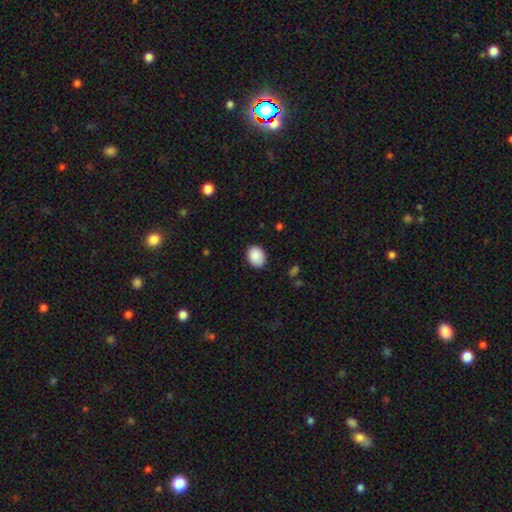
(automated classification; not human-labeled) This is clearly a smooth galaxy (89%). How rounded: likely in between (68%). Merging: clearly none (86%).